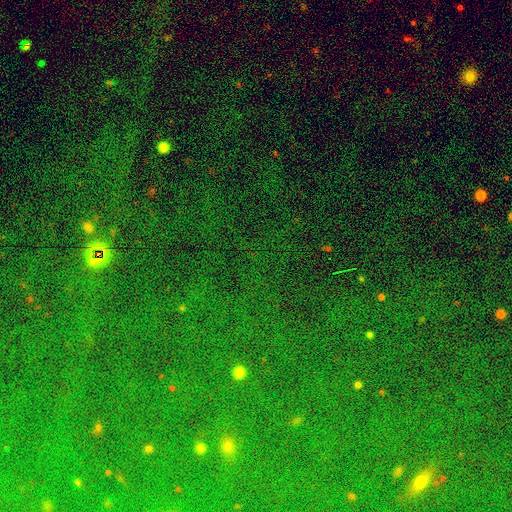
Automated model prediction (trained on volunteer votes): smooth-or-featured: star or artifact: 81% | smooth: 11% | featured or disk: 8%